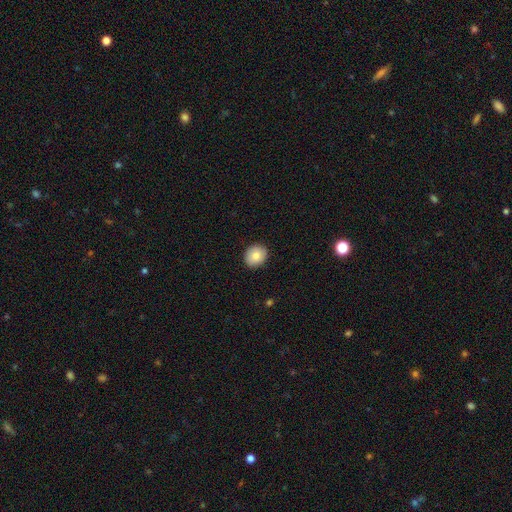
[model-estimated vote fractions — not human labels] Overall: smooth (83%). How rounded: round (70%). Merging: none (90%).